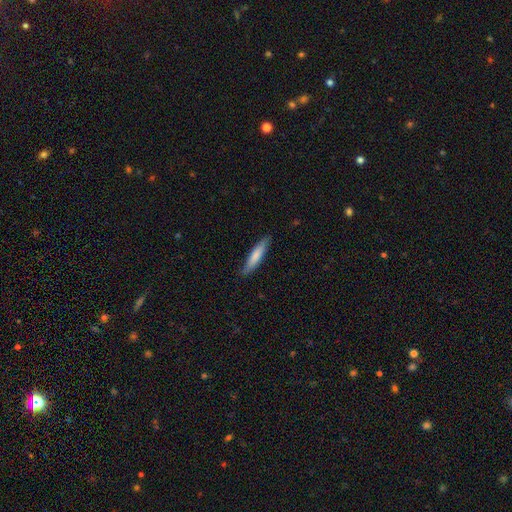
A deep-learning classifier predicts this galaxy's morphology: smooth-or-featured: smooth: 75% | featured or disk: 20% | star or artifact: 5%
  how-rounded: cigar-shaped: 87% | in between: 12% | round: 1%
  merging: none: 87% | minor disturbance: 11% | major disturbance: 2% | merger: 1%